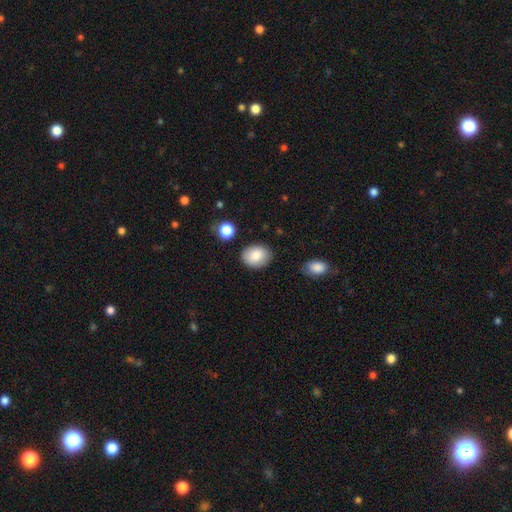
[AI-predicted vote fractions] Smooth or featured: smooth — 84% (featured or disk — 8%)
How rounded: in between — 59% (round — 40%)
Merging: none — 84% (minor disturbance — 11%)